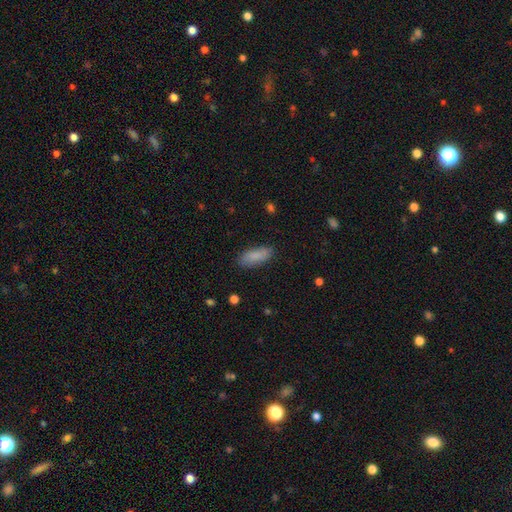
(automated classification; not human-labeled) Overall: smooth (86%). How rounded: in between (76%). Merging: none (85%).